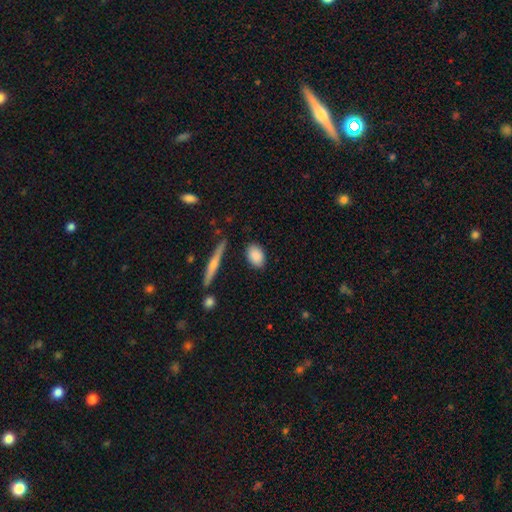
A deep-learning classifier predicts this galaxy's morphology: The model was most divided on "how rounded": in between: 84%, round: 13%, cigar-shaped: 4%. More confident: smooth or featured — smooth (86%); merging — none (84%).